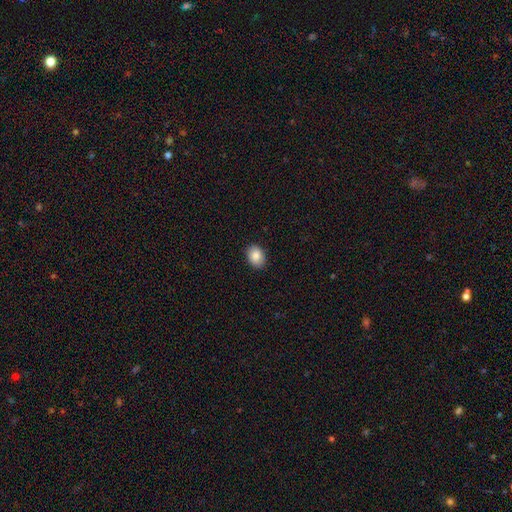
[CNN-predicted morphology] Smooth or featured? smooth (87%)
How rounded? in between (69%)
Merging? none (89%)